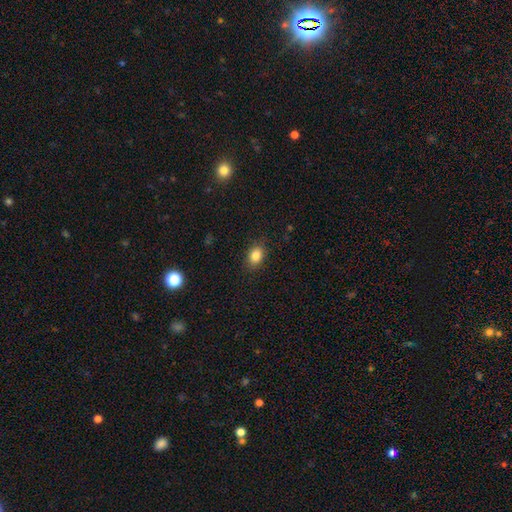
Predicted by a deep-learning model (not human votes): Smooth or featured? smooth (84%)
How rounded? in between (73%)
Merging? none (86%)